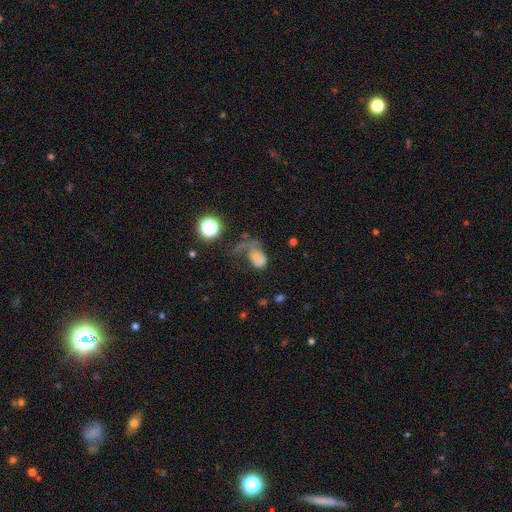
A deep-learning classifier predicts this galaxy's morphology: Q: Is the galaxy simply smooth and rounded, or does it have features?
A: smooth — 61%.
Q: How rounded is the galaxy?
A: in between — 71%.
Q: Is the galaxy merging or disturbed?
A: major disturbance — 52%.